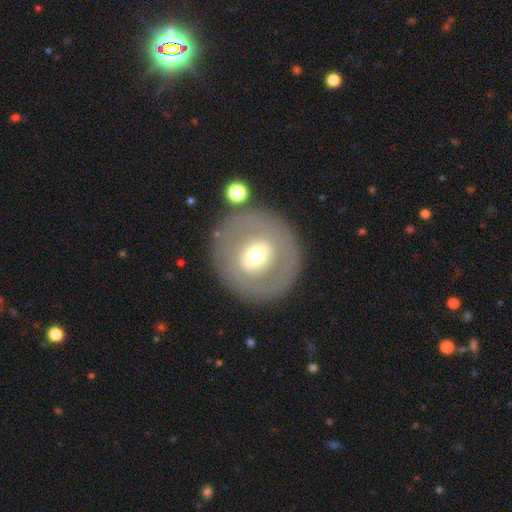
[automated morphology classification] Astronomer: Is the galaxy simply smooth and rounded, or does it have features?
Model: featured or disk — 52% (runner-up: smooth, 41%).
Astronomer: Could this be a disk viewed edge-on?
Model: no — 92%.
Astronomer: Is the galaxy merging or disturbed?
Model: none — 83%.